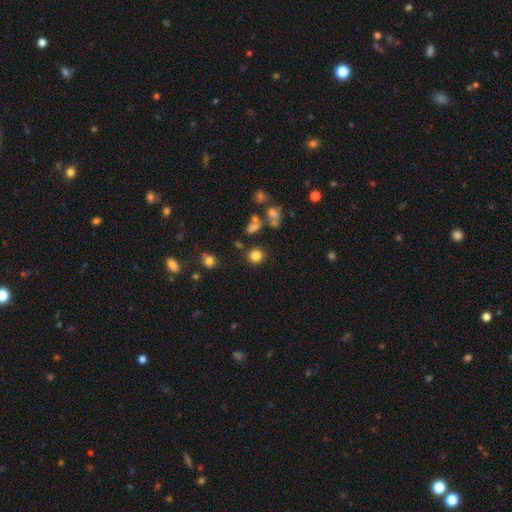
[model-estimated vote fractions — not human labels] Smooth or featured: smooth — 81% (star or artifact — 13%)
How rounded: round — 85% (in between — 14%)
Merging: none — 82% (minor disturbance — 9%)